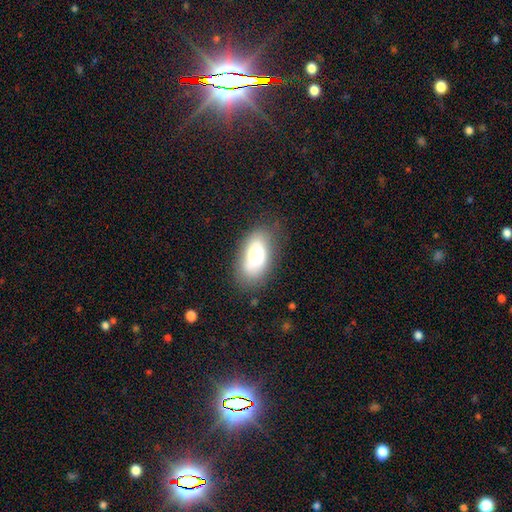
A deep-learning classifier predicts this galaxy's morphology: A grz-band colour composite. It shows a smooth galaxy with no disk features (74%) that is in between round and cigar-shaped (93%). Merging: none (66%).